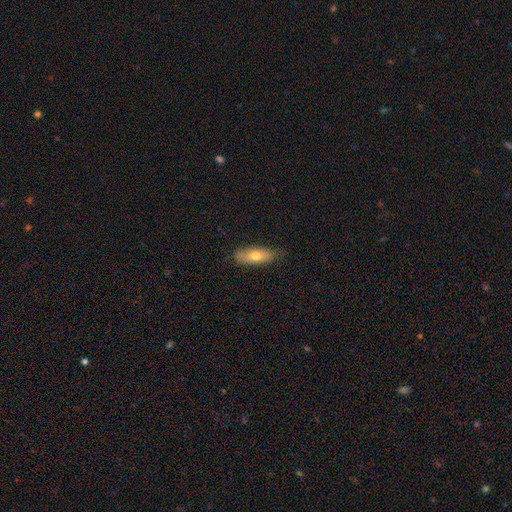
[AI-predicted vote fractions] This is likely a smooth galaxy (68%). How rounded: likely in between (63%). Merging: likely none (76%).